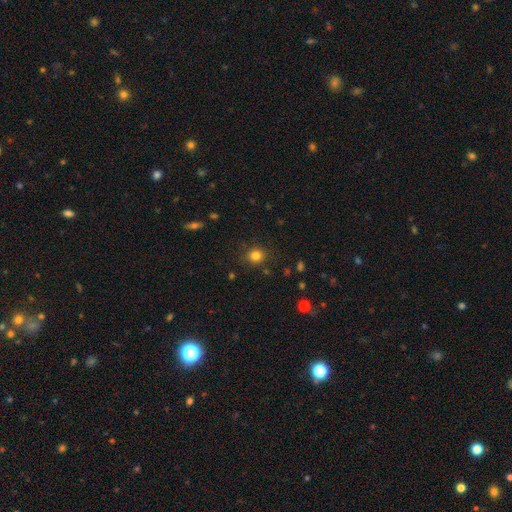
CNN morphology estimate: smooth 81%, star or artifact 13%, featured or disk 6%. Down the decision tree: how rounded — round (82%); merging — none (87%).